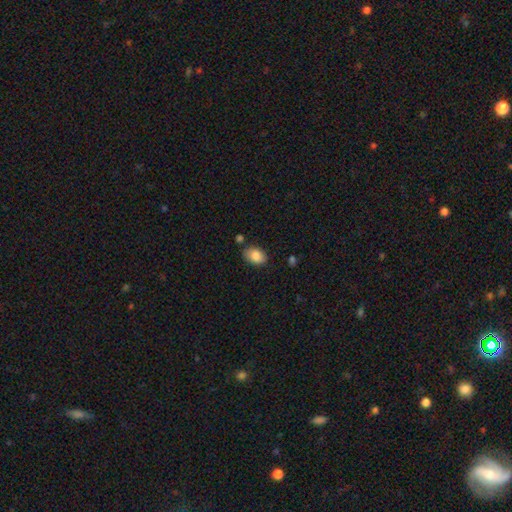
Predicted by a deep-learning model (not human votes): A smooth galaxy with no disk features (84%) that is in between round and cigar-shaped (83%). Merging: none (75%).